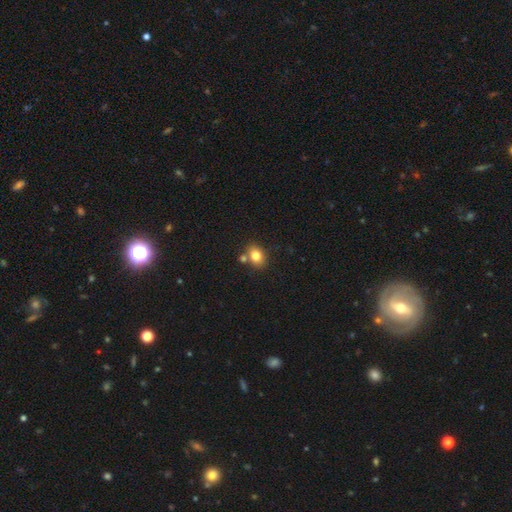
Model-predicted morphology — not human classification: A smooth galaxy with no disk features (80%) that is in between round and cigar-shaped (54%). Merging: none (66%).